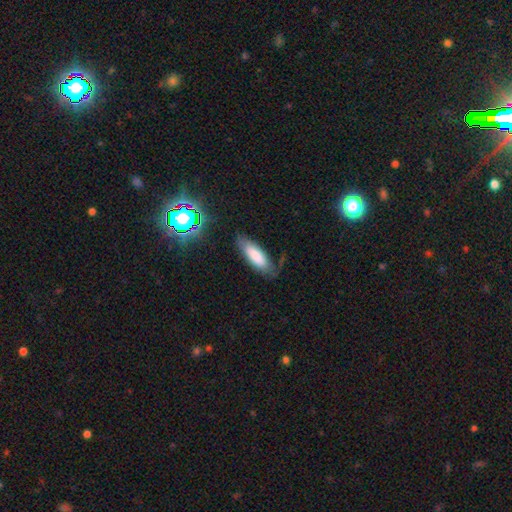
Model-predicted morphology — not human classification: A smooth galaxy with no disk features (77%) that is in between round and cigar-shaped (63%).

Vote fractions:
- Smooth or featured? smooth: 77% / featured or disk: 15% / star or artifact: 8%
- How rounded? in between: 63% / cigar-shaped: 35% / round: 2%
- Merging? none: 66% / minor disturbance: 23% / major disturbance: 8% / merger: 2%